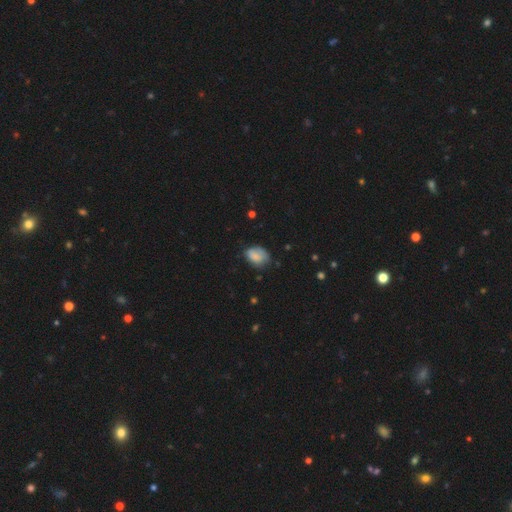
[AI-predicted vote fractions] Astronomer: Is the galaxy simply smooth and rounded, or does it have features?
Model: smooth — 79%.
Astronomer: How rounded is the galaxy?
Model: in between — 76%.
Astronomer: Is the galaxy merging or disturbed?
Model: none — 56% (runner-up: minor disturbance, 33%).